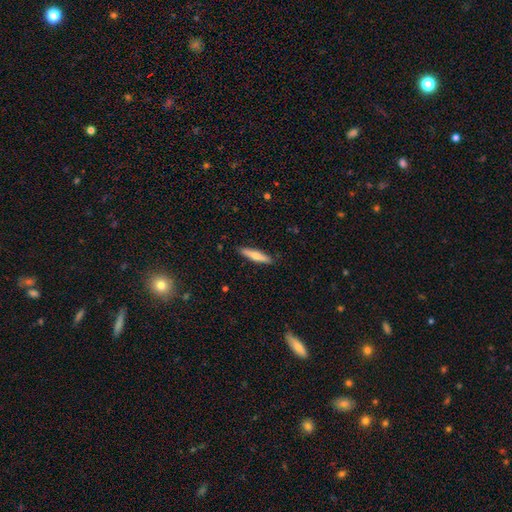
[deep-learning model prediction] The model was most divided on "smooth or featured": smooth: 65%, featured or disk: 29%, star or artifact: 5%. More confident: merging — none (89%); how rounded — cigar-shaped (86%).